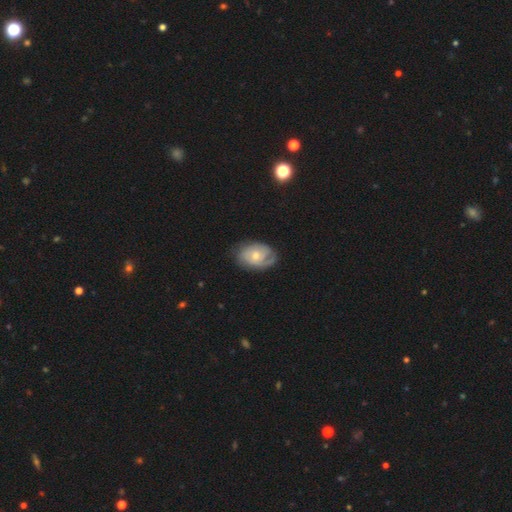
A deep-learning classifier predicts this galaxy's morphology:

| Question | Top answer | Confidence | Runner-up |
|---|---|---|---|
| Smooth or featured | featured or disk | 66% | smooth (29%) |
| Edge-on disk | no | 96% | yes (4%) |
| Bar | no | 71% | weak (25%) |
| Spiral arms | yes | 86% | no (14%) |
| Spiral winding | tight | 56% | medium (32%) |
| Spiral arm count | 2 | 36% | can't tell (31%) |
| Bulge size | moderate | 53% | small (41%) |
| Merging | none | 69% | minor disturbance (22%) |